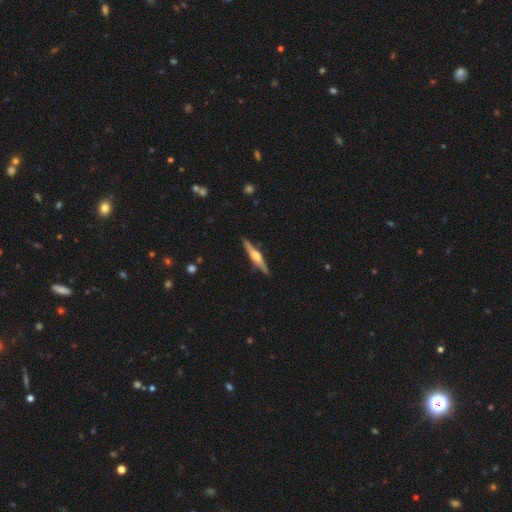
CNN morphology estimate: Smooth or featured: featured or disk — 67% (smooth — 27%)
Edge-on disk: yes — 96% (no — 4%)
Edge-on bulge: rounded — 84% (boxy — 11%)
Merging: none — 87% (minor disturbance — 10%)